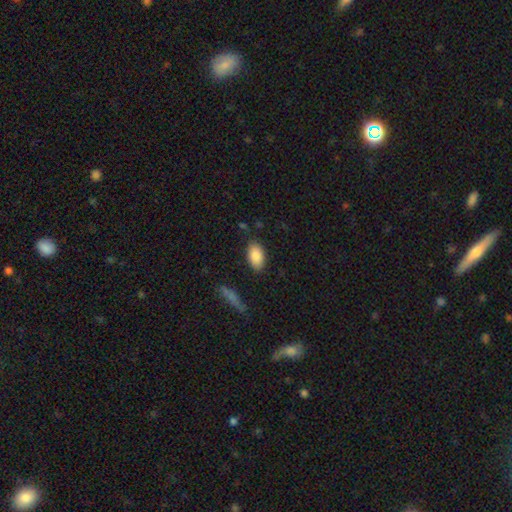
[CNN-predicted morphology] Smooth or featured? Predicted: smooth (p=0.86). How rounded? Predicted: in between (p=0.93). Merging? Predicted: none (p=0.83).